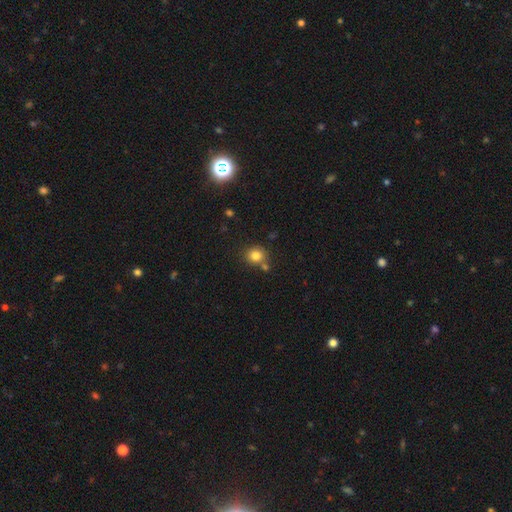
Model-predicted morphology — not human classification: type=smooth (81%); roundness=round (85%); merging=none (71%).